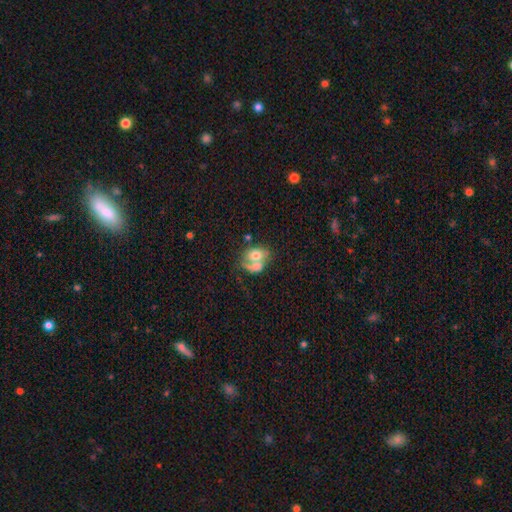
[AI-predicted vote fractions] Smooth or featured: smooth — 63% (featured or disk — 29%)
How rounded: in between — 63% (round — 35%)
Merging: merger — 61% (none — 19%)